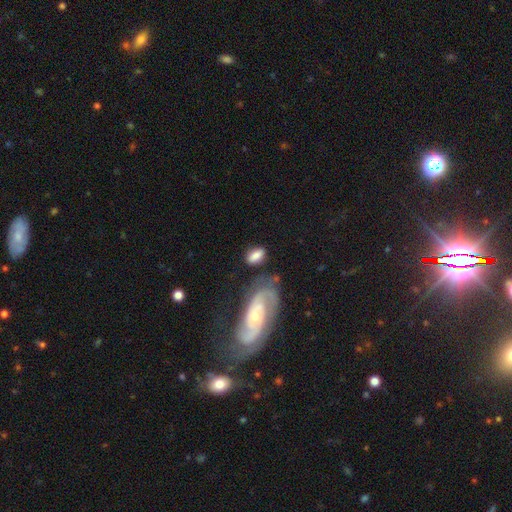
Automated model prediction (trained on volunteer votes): Smooth or featured: smooth — 76% (featured or disk — 17%)
How rounded: in between — 89% (round — 7%)
Merging: none — 59% (minor disturbance — 19%)